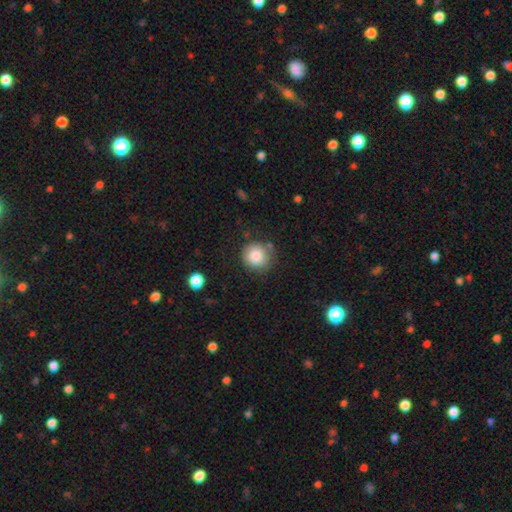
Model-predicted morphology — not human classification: Q: Smooth or featured?
A: smooth (85%); runner-up: star or artifact (9%)
Q: How rounded?
A: round (91%); runner-up: in between (8%)
Q: Merging?
A: none (79%); runner-up: minor disturbance (13%)